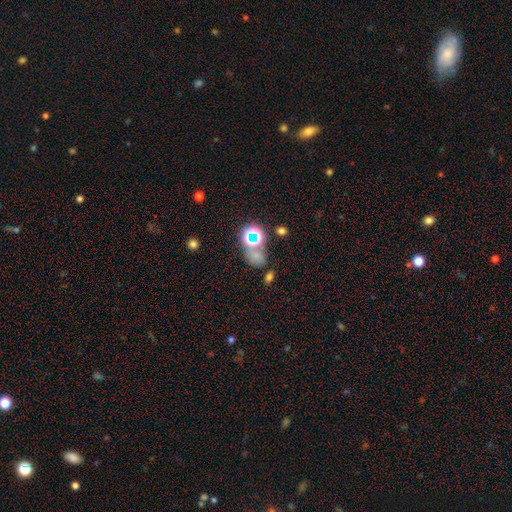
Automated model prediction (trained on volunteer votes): A smooth galaxy with no disk features (50%) that is in between round and cigar-shaped (57%).

Vote fractions:
- Smooth or featured? smooth: 50% / star or artifact: 38% / featured or disk: 11%
- How rounded? in between: 57% / round: 42% / cigar-shaped: 2%
- Merging? none: 46% / merger: 27% / minor disturbance: 15% / major disturbance: 12%